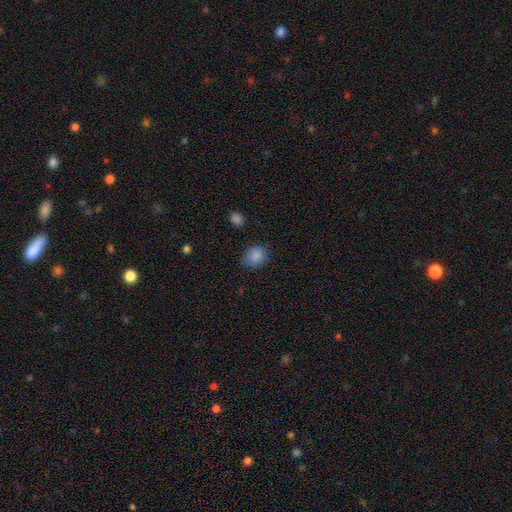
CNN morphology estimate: Smooth or featured: smooth — 86% (star or artifact — 10%)
How rounded: round — 57% (in between — 42%)
Merging: none — 77% (minor disturbance — 18%)